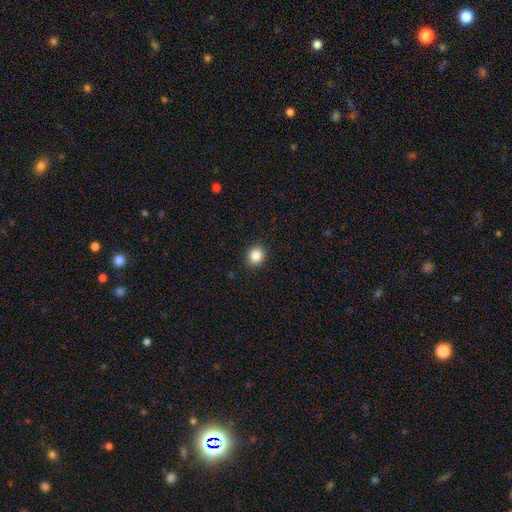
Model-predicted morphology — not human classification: A smooth galaxy with no disk features (85%) that is round (79%). Merging: none (92%).